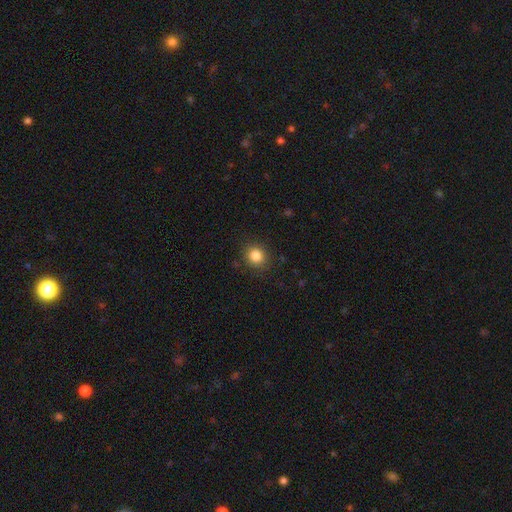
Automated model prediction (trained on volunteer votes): This is clearly a smooth galaxy (84%). How rounded: clearly round (83%). Merging: clearly none (88%).